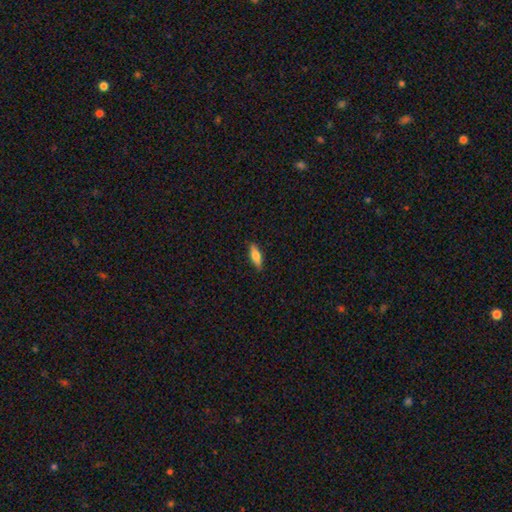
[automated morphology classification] Smooth or featured?
  - smooth: 73% *
  - featured or disk: 21%
  - star or artifact: 6%
How rounded?
  - in between: 53% *
  - cigar-shaped: 45%
  - round: 2%
Merging?
  - none: 86% *
  - minor disturbance: 11%
  - major disturbance: 2%
  - merger: 1%